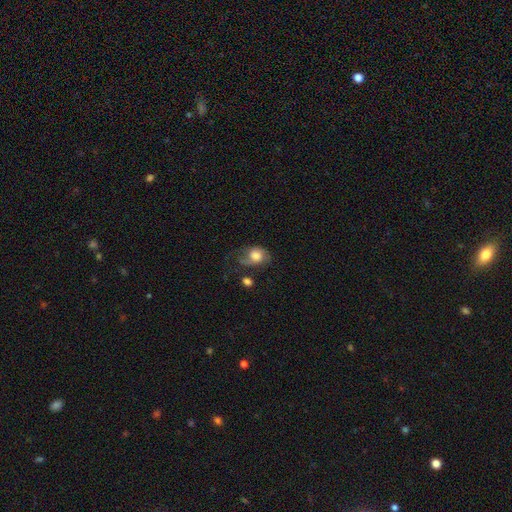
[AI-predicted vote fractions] Smooth or featured?
  - smooth: 63% *
  - featured or disk: 28%
  - star or artifact: 9%
How rounded?
  - in between: 52% *
  - round: 47%
  - cigar-shaped: 1%
Merging?
  - none: 33% *
  - major disturbance: 30%
  - minor disturbance: 30%
  - merger: 6%